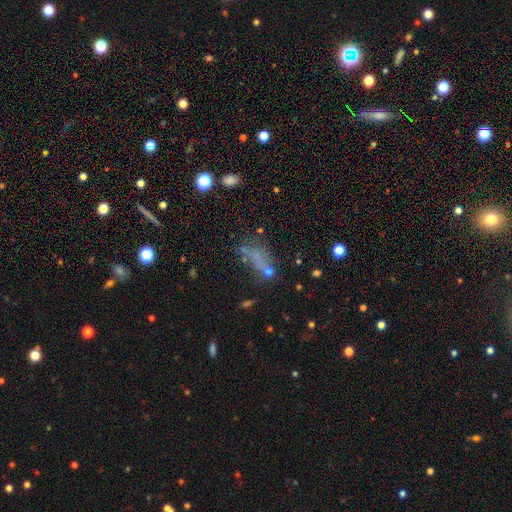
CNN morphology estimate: Overall: smooth (45%; featured or disk 30%). Merging: none (39%; major disturbance 25%).